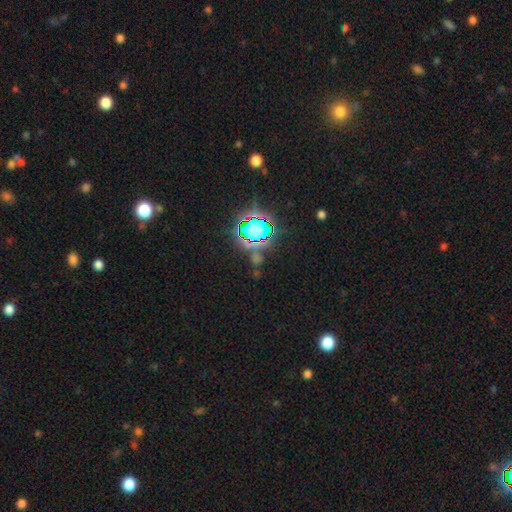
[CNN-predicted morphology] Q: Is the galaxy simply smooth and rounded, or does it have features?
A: star or artifact — 75%.